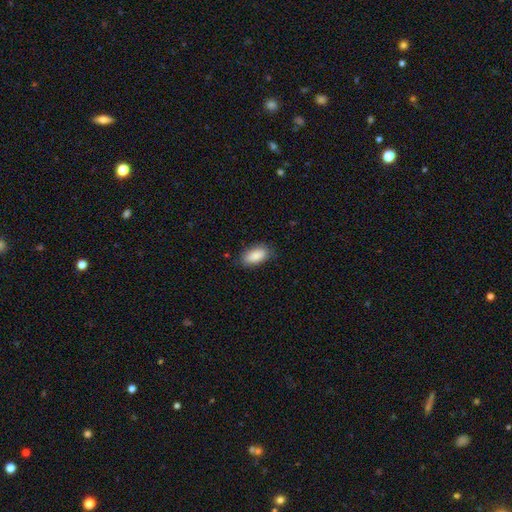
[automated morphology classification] Overall: smooth (89%). How rounded: in between (92%). Merging: none (81%).